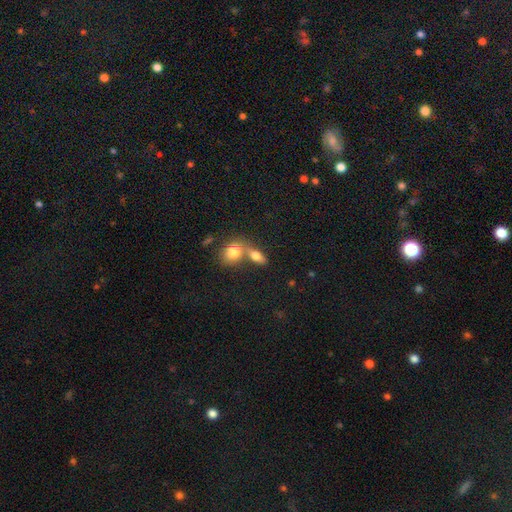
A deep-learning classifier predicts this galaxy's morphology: A smooth galaxy with no disk features (76%) that is in between round and cigar-shaped (80%).

Vote fractions:
- Smooth or featured? smooth: 76% / featured or disk: 16% / star or artifact: 8%
- How rounded? in between: 80% / round: 12% / cigar-shaped: 9%
- Merging? merger: 53% / none: 34% / minor disturbance: 9% / major disturbance: 4%